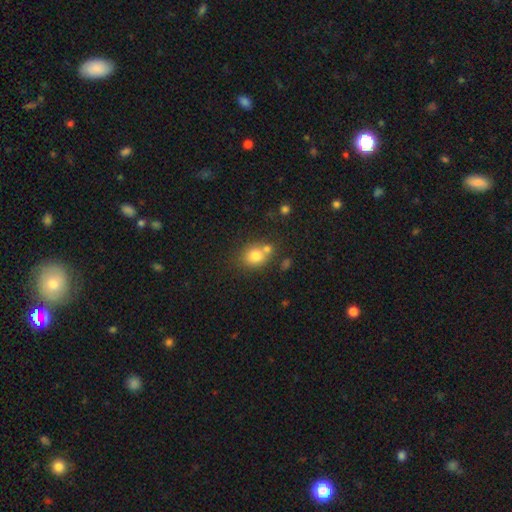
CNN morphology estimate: smooth 78%, star or artifact 11%, featured or disk 11%. Down the decision tree: how rounded — round (67%); merging — none (52%).